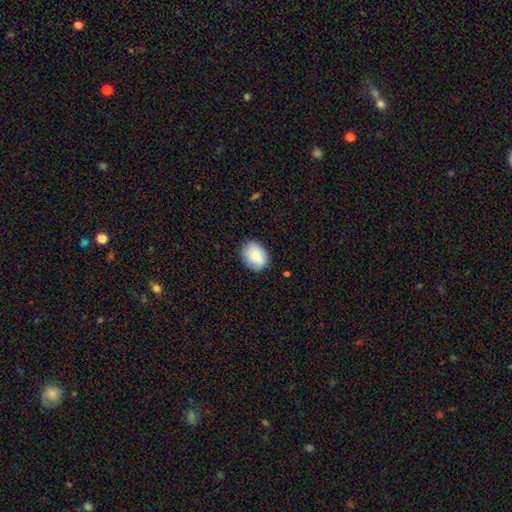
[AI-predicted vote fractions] Smooth or featured? smooth (81%)
How rounded? in between (54%)
Merging? none (83%)